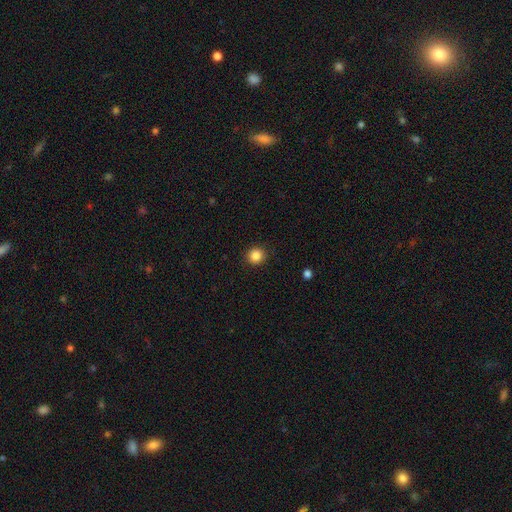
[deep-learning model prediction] Q: Smooth or featured?
A: smooth (86%); runner-up: star or artifact (11%)
Q: How rounded?
A: round (92%); runner-up: in between (7%)
Q: Merging?
A: none (91%); runner-up: minor disturbance (6%)